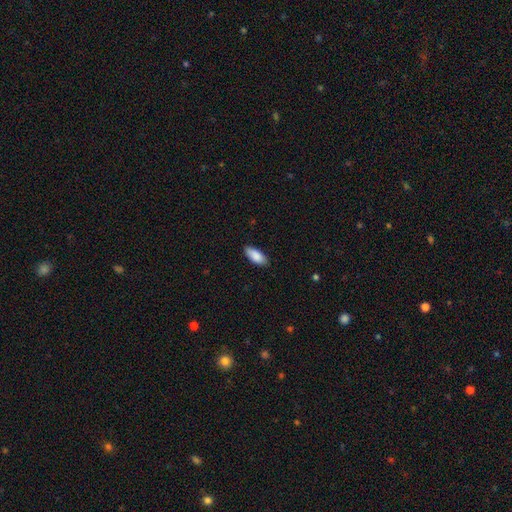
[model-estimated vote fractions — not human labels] smooth-or-featured: smooth: 88% | star or artifact: 6% | featured or disk: 6%
  how-rounded: in between: 86% | cigar-shaped: 13% | round: 2%
  merging: none: 85% | minor disturbance: 12% | major disturbance: 2% | merger: 1%